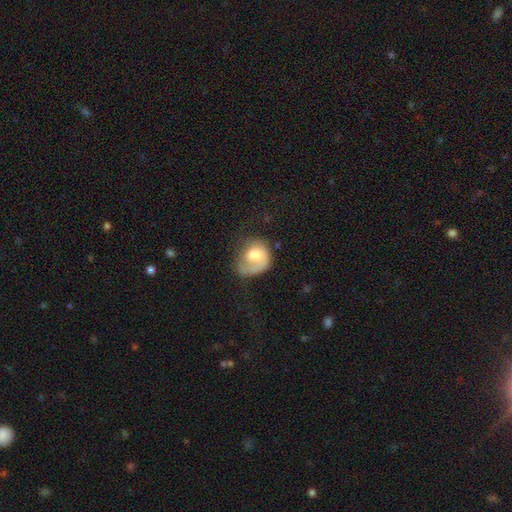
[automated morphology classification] Overall: smooth (49%; featured or disk 44%). Merging: none (37%; major disturbance 35%).